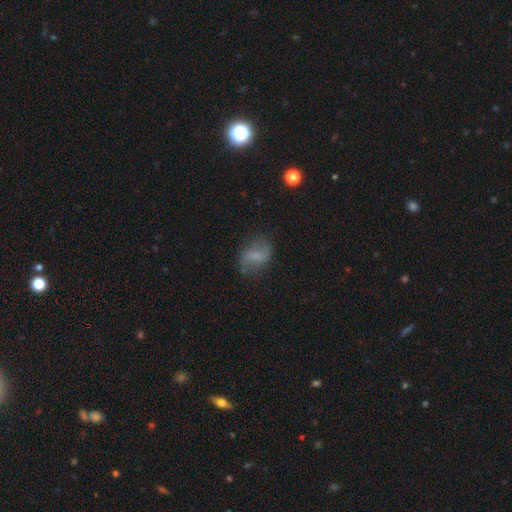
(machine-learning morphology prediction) smooth_or_featured: smooth (p=0.57) [alt: featured or disk p=0.32]
how_rounded: in between (p=0.75) [alt: round p=0.22]
merging: none (p=0.66) [alt: minor disturbance p=0.22]